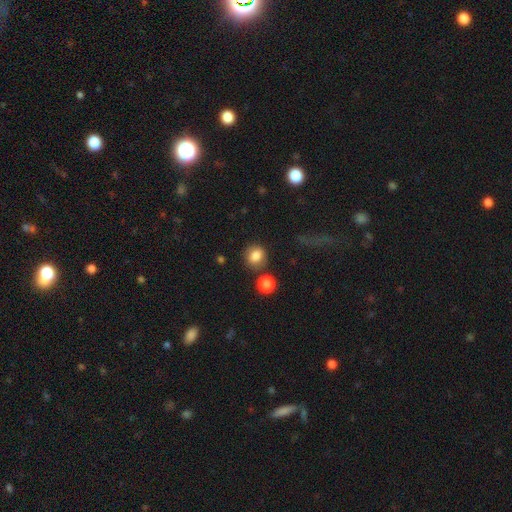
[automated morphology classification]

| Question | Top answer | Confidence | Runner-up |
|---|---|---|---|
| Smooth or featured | smooth | 83% | star or artifact (10%) |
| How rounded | round | 78% | in between (21%) |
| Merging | none | 77% | minor disturbance (11%) |